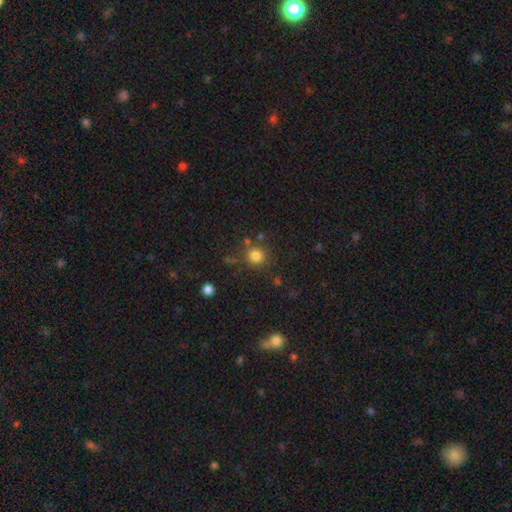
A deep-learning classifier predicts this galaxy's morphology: type=smooth (81%); roundness=round (90%); merging=none (79%).